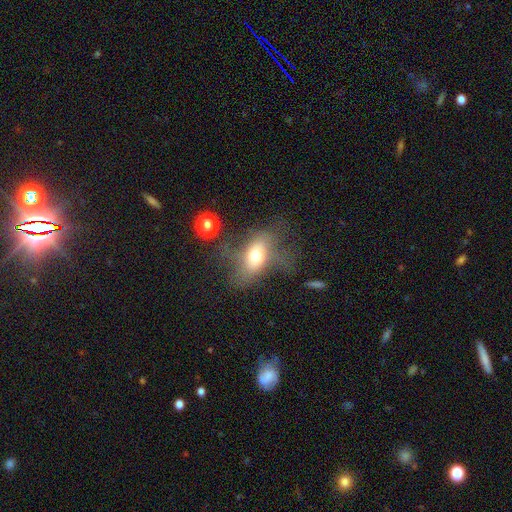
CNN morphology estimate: Smooth or featured?
  - smooth: 59% *
  - featured or disk: 29%
  - star or artifact: 12%
How rounded?
  - in between: 81% *
  - round: 14%
  - cigar-shaped: 5%
Merging?
  - none: 38% *
  - major disturbance: 34%
  - minor disturbance: 24%
  - merger: 4%